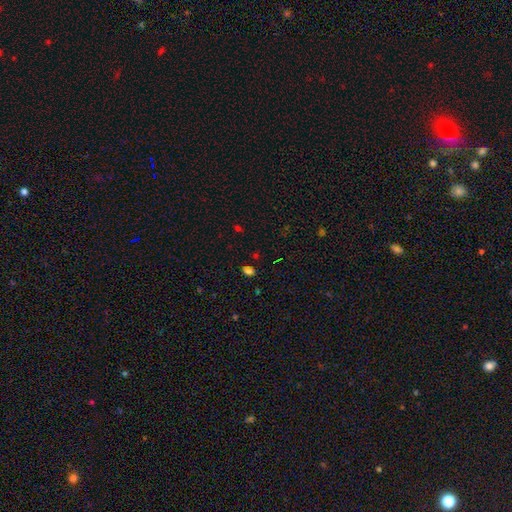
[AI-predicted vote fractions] This is likely a smooth galaxy (69%). How rounded: likely in between (76%). Merging: clearly none (84%).